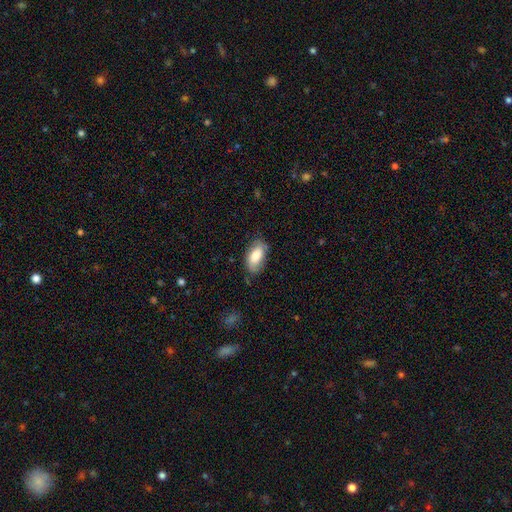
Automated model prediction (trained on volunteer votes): smooth 77%, featured or disk 17%, star or artifact 7%. Down the decision tree: how rounded — in between (92%); merging — none (72%).